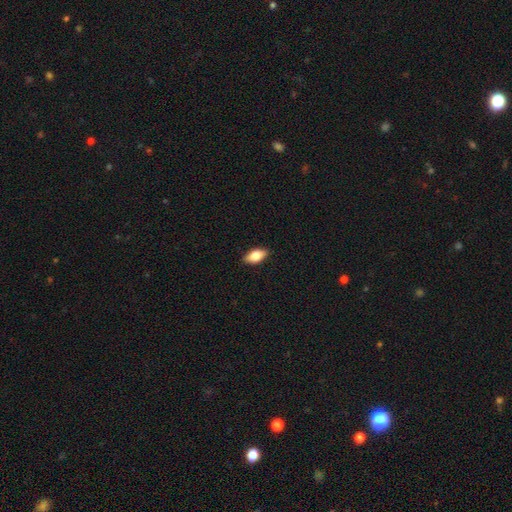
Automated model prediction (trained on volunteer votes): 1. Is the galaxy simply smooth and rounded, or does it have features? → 77% smooth, 16% featured or disk, 7% star or artifact.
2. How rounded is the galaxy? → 89% in between, 8% cigar-shaped, 4% round.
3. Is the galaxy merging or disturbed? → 88% none, 9% minor disturbance, 2% major disturbance, 1% merger.